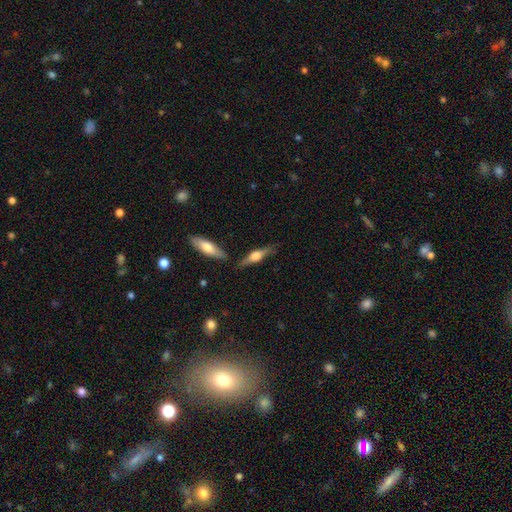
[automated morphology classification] Smooth or featured? featured or disk (60%)
Edge-on disk? yes (95%)
Edge-on bulge? rounded (87%)
Merging? none (77%)